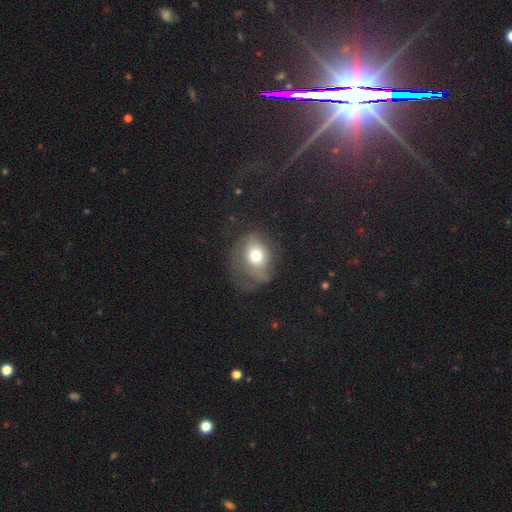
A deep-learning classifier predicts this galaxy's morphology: This is likely a smooth galaxy (60%). How rounded: possibly round (56%). Merging: marginally none (36%).